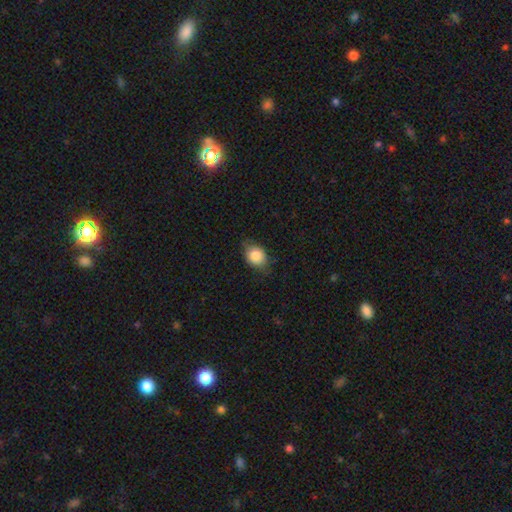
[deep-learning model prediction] The model was most divided on "how rounded": in between: 51%, round: 48%, cigar-shaped: 1%. More confident: smooth or featured — smooth (84%); merging — none (71%).